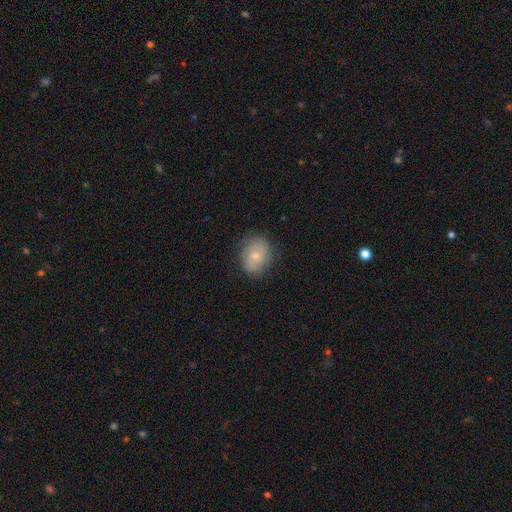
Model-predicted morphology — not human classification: This appears to be a smooth galaxy with no disk features (53%) that is in between round and cigar-shaped (54%). Merging: none (80%).